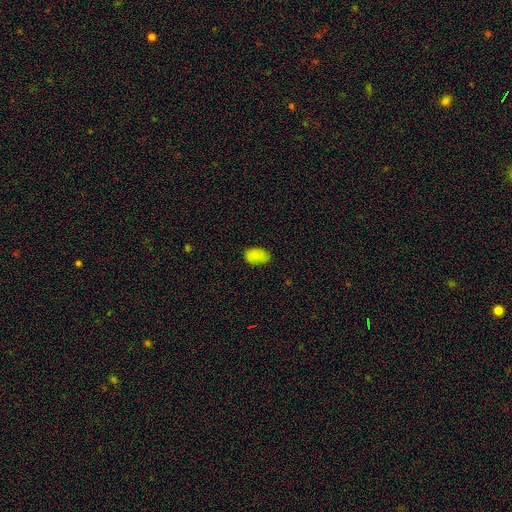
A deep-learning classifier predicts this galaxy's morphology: Q: Smooth or featured?
A: smooth (85%); runner-up: star or artifact (11%)
Q: How rounded?
A: in between (90%); runner-up: round (9%)
Q: Merging?
A: none (76%); runner-up: minor disturbance (19%)